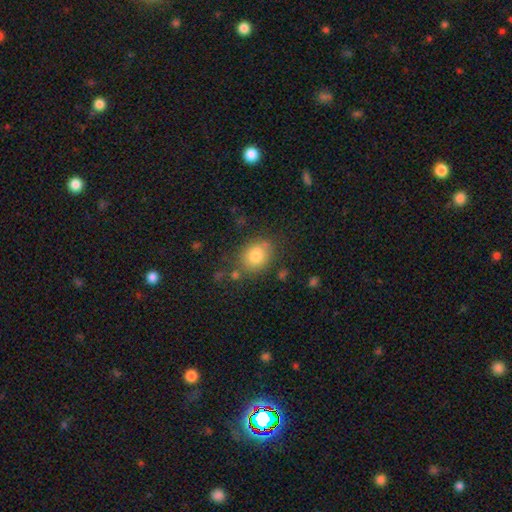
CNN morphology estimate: Smooth or featured?
  - smooth: 80% *
  - featured or disk: 10%
  - star or artifact: 10%
How rounded?
  - in between: 51% *
  - round: 48%
  - cigar-shaped: 1%
Merging?
  - none: 72% *
  - minor disturbance: 17%
  - merger: 6%
  - major disturbance: 5%